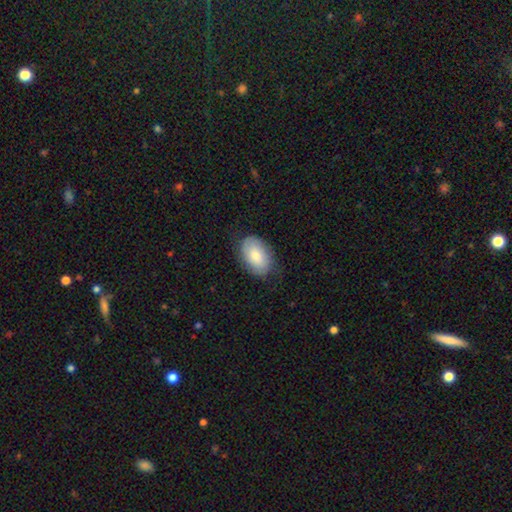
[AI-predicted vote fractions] Smooth or featured? Predicted: smooth (p=0.76). How rounded? Predicted: in between (p=0.90). Merging? Predicted: none (p=0.77).